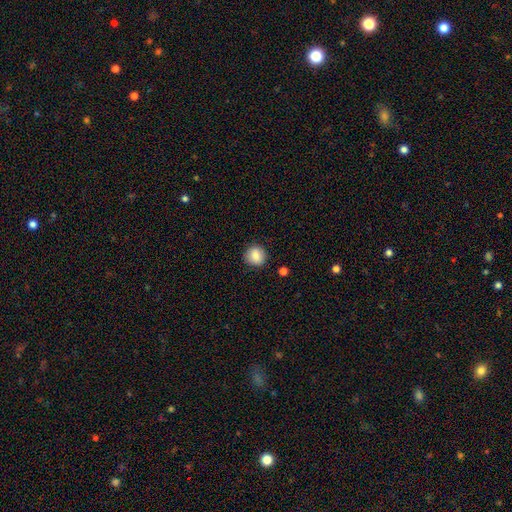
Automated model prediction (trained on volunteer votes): This appears to be a smooth galaxy with no disk features (86%) that is round (90%). Merging: none (89%).